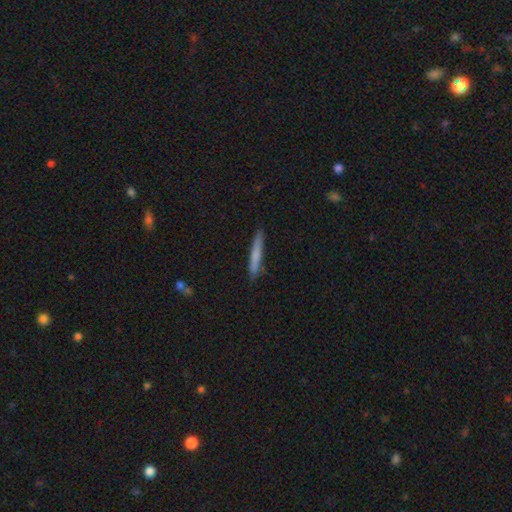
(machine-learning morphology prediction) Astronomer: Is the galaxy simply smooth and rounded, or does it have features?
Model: smooth — 70%.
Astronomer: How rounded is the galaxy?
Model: cigar-shaped — 96%.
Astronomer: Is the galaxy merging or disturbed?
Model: none — 88%.